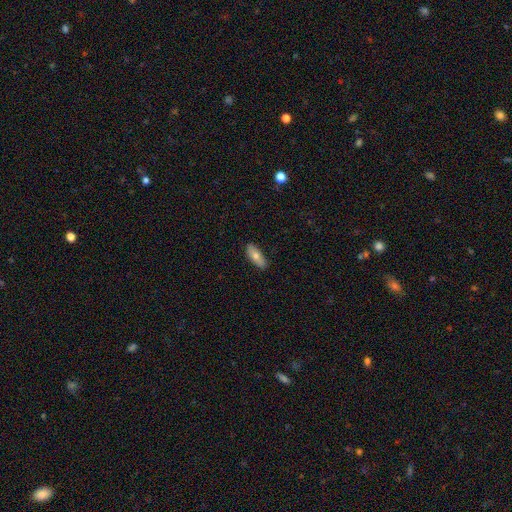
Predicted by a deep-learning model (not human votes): smooth_or_featured: smooth (p=0.70) [alt: featured or disk p=0.23]
how_rounded: in between (p=0.73) [alt: cigar-shaped p=0.25]
merging: none (p=0.86) [alt: minor disturbance p=0.11]